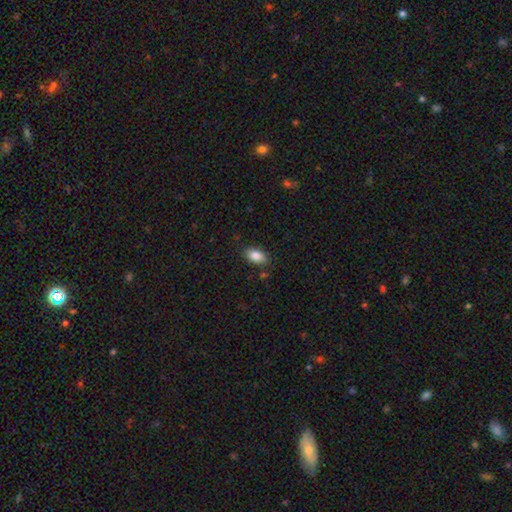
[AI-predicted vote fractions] Smooth or featured: smooth — 85% (star or artifact — 8%)
How rounded: in between — 92% (round — 6%)
Merging: none — 84% (minor disturbance — 11%)